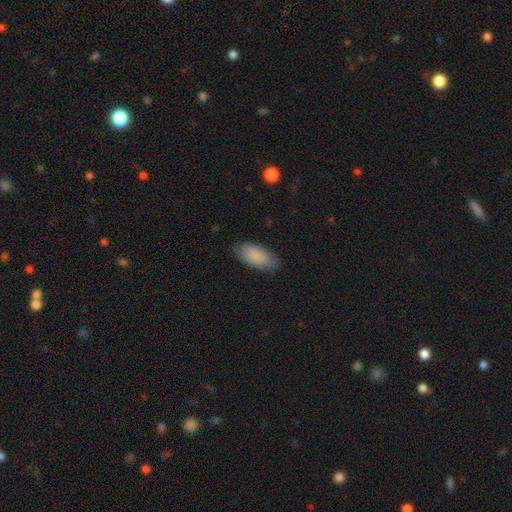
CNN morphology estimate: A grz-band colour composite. It shows a smooth galaxy with no disk features (87%) that is in between round and cigar-shaped (92%). Merging: none (83%).